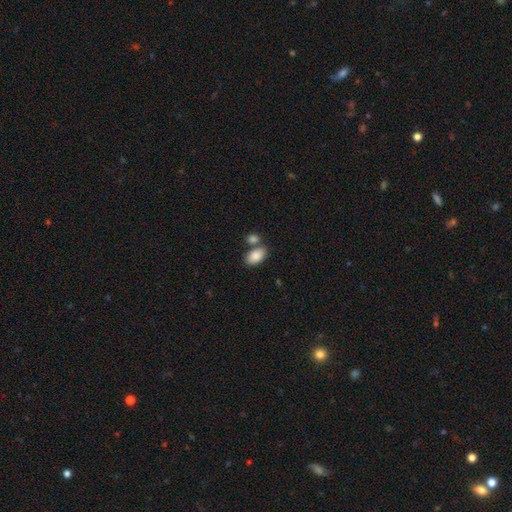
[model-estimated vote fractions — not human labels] This is clearly a smooth galaxy (87%). How rounded: clearly in between (93%). Merging: possibly none (59%).